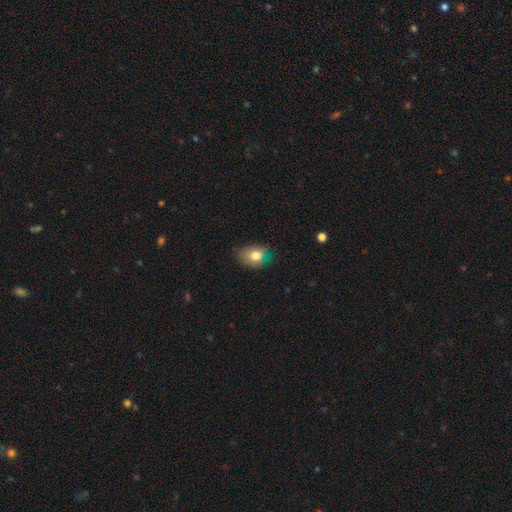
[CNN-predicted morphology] This is likely a smooth galaxy (78%). How rounded: likely in between (68%). Merging: possibly none (55%).